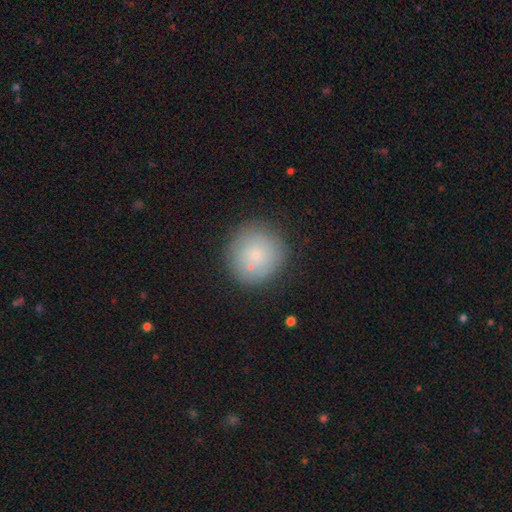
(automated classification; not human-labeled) Morphology: type=smooth (76%); roundness=round (95%); merging=none (76%).